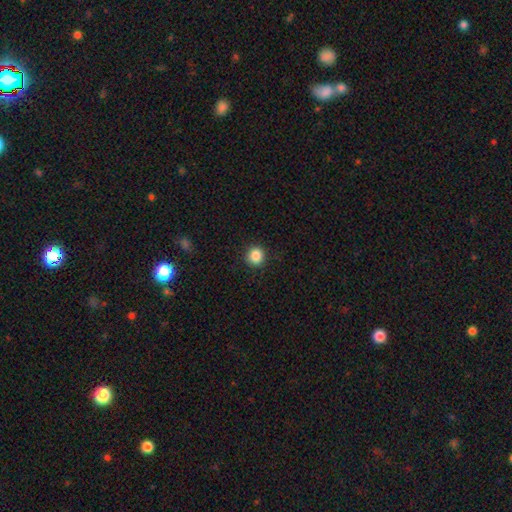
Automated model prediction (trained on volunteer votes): The model was most divided on "smooth or featured": smooth: 86%, star or artifact: 10%, featured or disk: 4%. More confident: how rounded — round (91%); merging — none (91%).